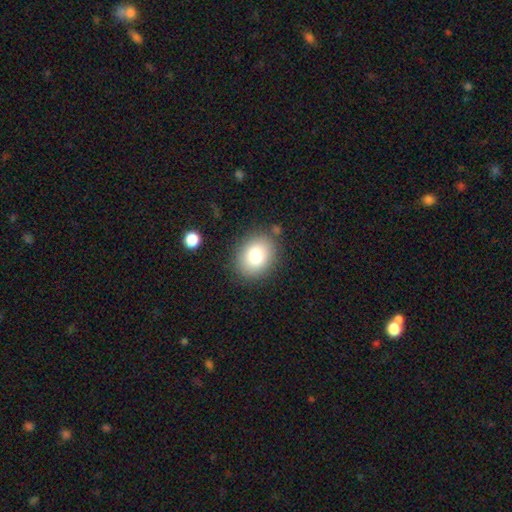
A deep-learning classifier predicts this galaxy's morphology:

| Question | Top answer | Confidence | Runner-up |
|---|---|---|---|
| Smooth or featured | smooth | 80% | featured or disk (11%) |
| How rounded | in between | 50% | round (49%) |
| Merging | none | 84% | minor disturbance (10%) |